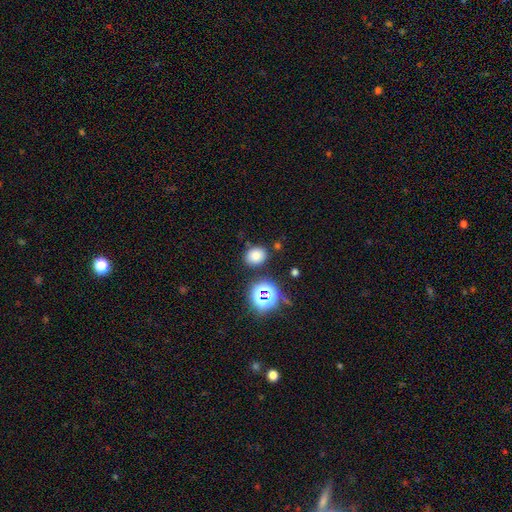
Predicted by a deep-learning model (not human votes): A smooth galaxy with no disk features (74%) that is in between round and cigar-shaped (58%).

Vote fractions:
- Smooth or featured? smooth: 74% / star or artifact: 19% / featured or disk: 7%
- How rounded? in between: 58% / round: 41% / cigar-shaped: 1%
- Merging? none: 82% / minor disturbance: 11% / merger: 4% / major disturbance: 3%